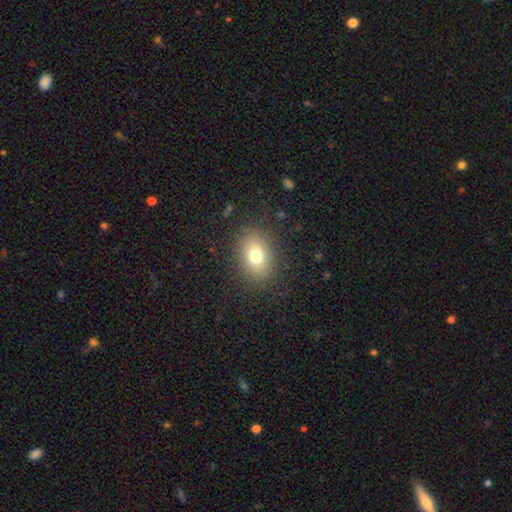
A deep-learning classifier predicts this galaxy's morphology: smooth_or_featured: smooth (p=0.76) [alt: featured or disk p=0.12]
how_rounded: in between (p=0.72) [alt: round p=0.27]
merging: none (p=0.85) [alt: minor disturbance p=0.10]